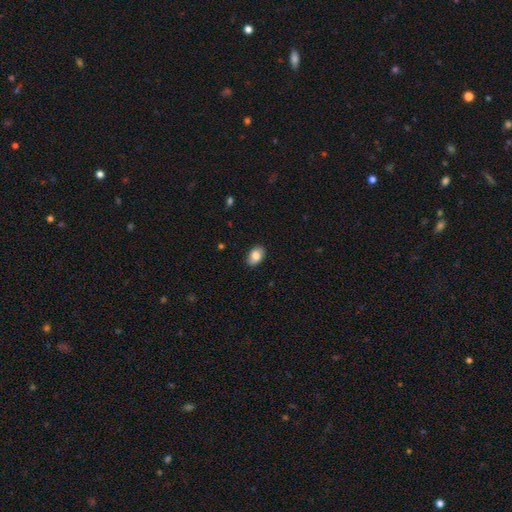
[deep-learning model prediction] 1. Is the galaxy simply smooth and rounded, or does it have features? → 83% smooth, 10% featured or disk, 7% star or artifact.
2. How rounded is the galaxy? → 89% in between, 10% round, 1% cigar-shaped.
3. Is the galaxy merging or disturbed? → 87% none, 10% minor disturbance, 2% major disturbance, 1% merger.